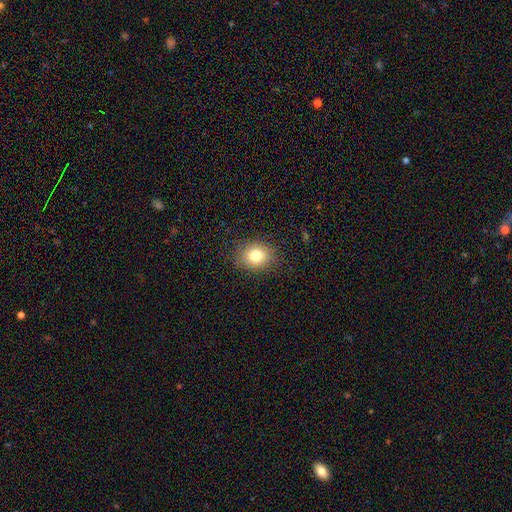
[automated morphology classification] type=smooth (79%); roundness=round (55%); merging=none (87%).